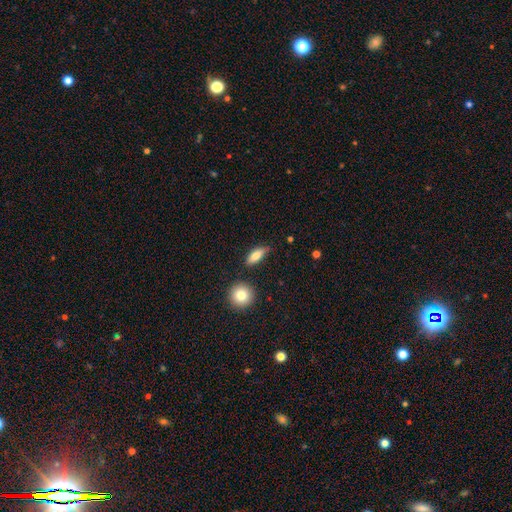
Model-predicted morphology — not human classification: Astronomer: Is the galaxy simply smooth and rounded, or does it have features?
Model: smooth — 77%.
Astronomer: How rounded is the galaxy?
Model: in between — 72%.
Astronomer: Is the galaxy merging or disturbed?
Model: none — 74%.